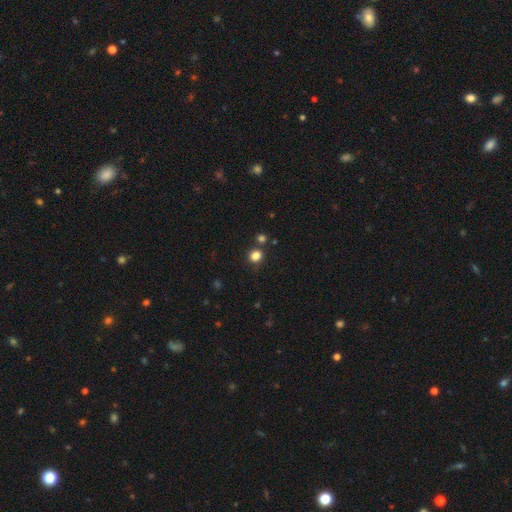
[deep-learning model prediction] A smooth galaxy with no disk features (82%) that is round (80%).

Vote fractions:
- Smooth or featured? smooth: 82% / star or artifact: 14% / featured or disk: 4%
- How rounded? round: 80% / in between: 19% / cigar-shaped: 1%
- Merging? none: 77% / minor disturbance: 10% / merger: 9% / major disturbance: 4%